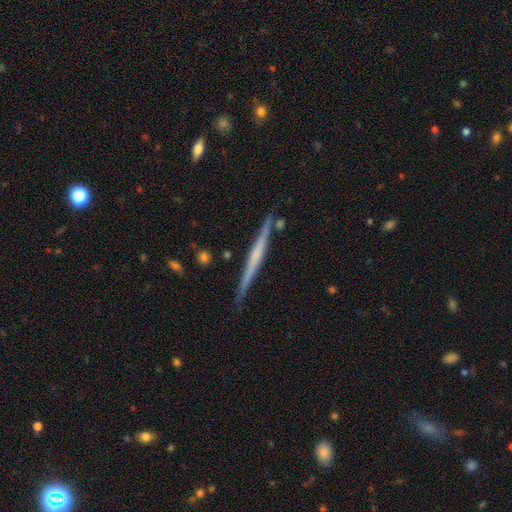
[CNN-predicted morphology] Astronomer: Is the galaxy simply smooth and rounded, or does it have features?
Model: featured or disk — 64%.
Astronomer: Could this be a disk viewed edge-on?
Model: yes — 98%.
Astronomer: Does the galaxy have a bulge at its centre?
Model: none — 67%.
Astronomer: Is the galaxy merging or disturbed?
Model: none — 86%.